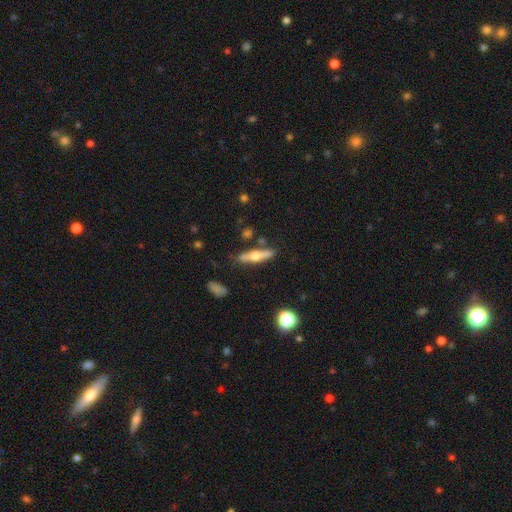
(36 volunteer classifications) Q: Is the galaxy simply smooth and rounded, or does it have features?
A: featured or disk — 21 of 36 (58%).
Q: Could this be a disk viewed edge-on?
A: yes — 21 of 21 (100%).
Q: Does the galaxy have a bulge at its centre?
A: rounded — 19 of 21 (90%).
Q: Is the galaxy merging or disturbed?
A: none — 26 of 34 (76%).